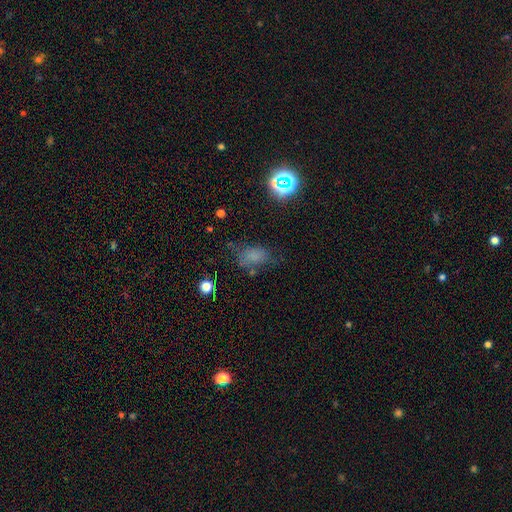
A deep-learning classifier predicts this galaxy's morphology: Q: Smooth or featured?
A: smooth (69%); runner-up: star or artifact (20%)
Q: How rounded?
A: in between (81%); runner-up: round (17%)
Q: Merging?
A: none (54%); runner-up: minor disturbance (27%)